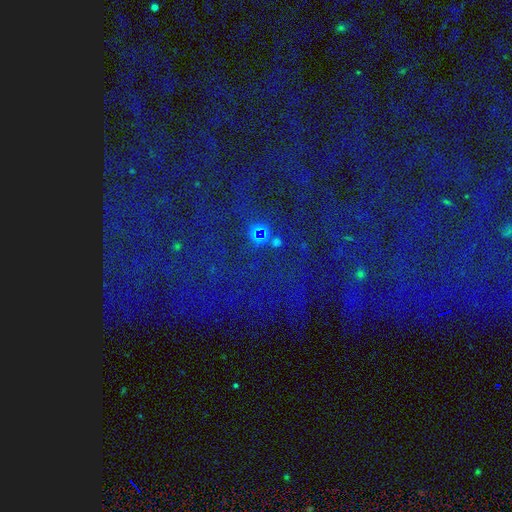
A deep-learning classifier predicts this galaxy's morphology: star or artifact 76%, featured or disk 13%, smooth 11%.